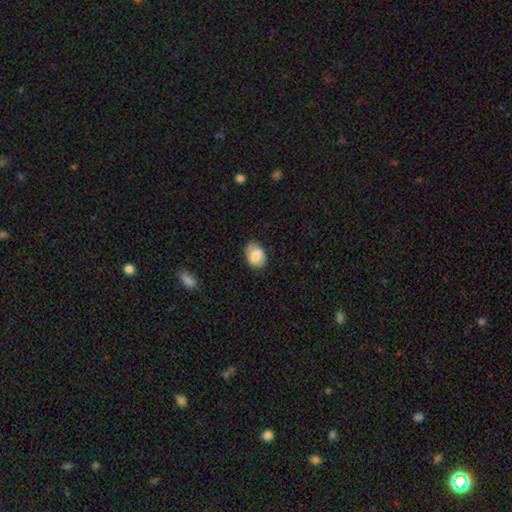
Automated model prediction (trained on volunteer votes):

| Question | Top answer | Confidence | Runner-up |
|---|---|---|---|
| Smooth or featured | smooth | 80% | featured or disk (13%) |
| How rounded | in between | 76% | round (23%) |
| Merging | none | 78% | minor disturbance (17%) |